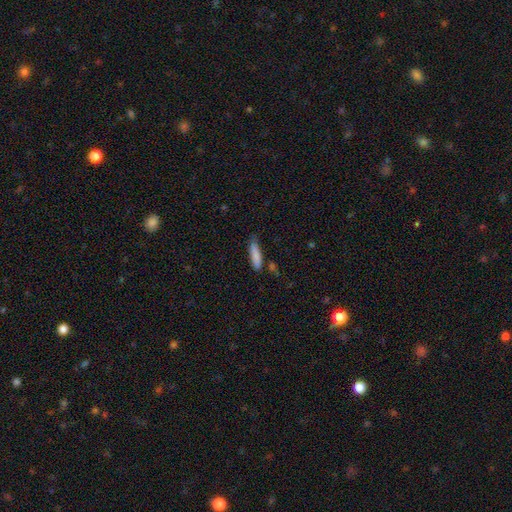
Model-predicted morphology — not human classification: This is clearly a smooth galaxy (85%). How rounded: likely cigar-shaped (73%). Merging: likely none (72%).